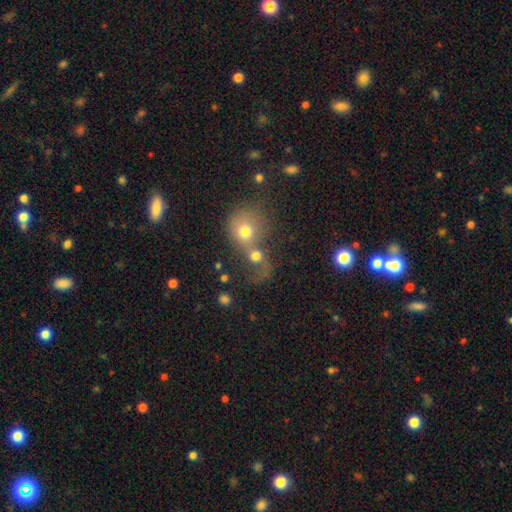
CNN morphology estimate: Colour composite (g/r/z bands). It shows a smooth galaxy with no disk features (63%) that is round (74%). Merging: merger (70%).